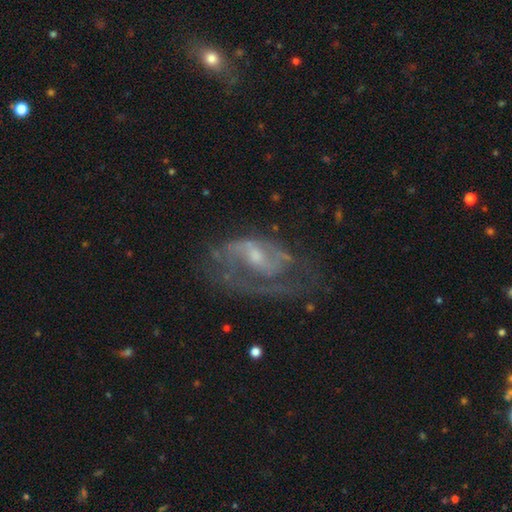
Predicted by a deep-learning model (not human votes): This appears to be a featured or disk galaxy (79%) with no bar (48%), 2 (40%) medium (44%) spiral arms (81%) and a small central bulge (50%). Merging: none (45%).